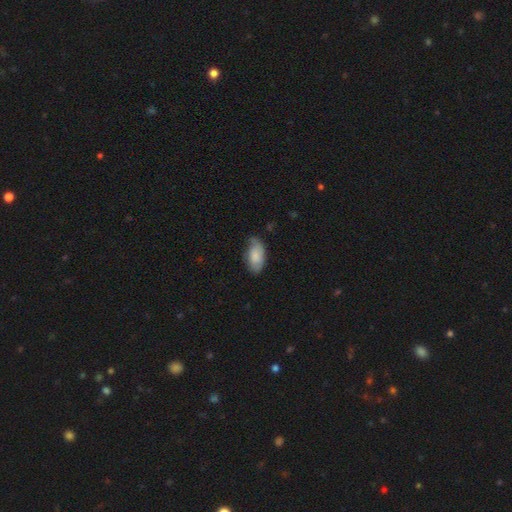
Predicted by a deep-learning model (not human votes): smooth 76%, featured or disk 18%, star or artifact 6%. Down the decision tree: how rounded — in between (94%); merging — none (61%).